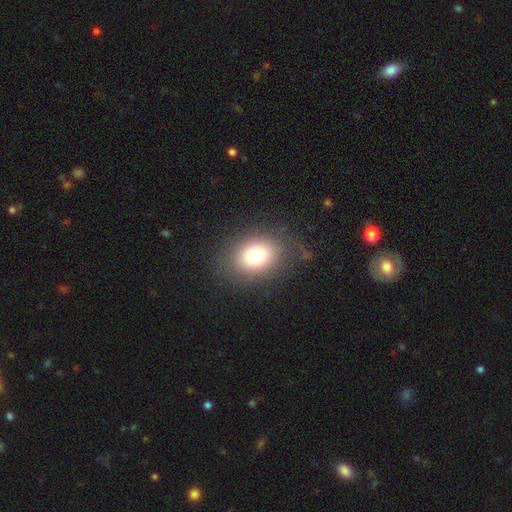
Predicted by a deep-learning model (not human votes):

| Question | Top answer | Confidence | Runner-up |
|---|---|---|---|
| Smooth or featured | smooth | 75% | featured or disk (13%) |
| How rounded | in between | 57% | round (42%) |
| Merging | none | 79% | minor disturbance (12%) |